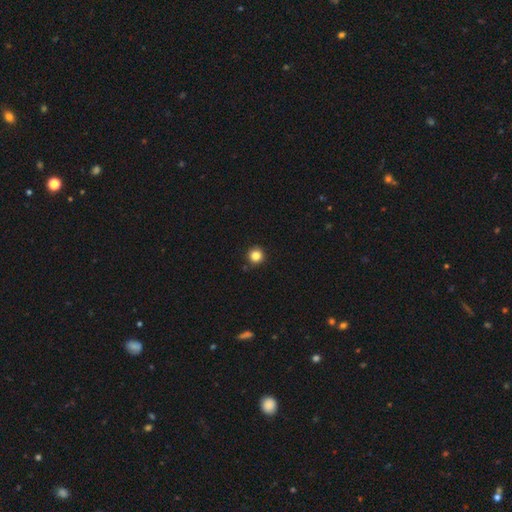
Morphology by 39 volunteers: smooth-or-featured: smooth: 85% | star or artifact: 13% | featured or disk: 3%
  how-rounded: round: 94% | in between: 3% | cigar-shaped: 3%
  merging: none: 91% | merger: 6% | minor disturbance: 3% | major disturbance: 0%